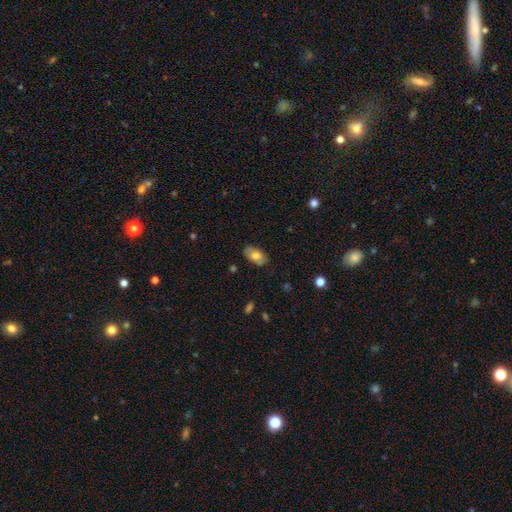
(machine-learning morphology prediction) A smooth galaxy with no disk features (71%) that is in between round and cigar-shaped (93%).

Vote fractions:
- Smooth or featured? smooth: 71% / featured or disk: 22% / star or artifact: 7%
- How rounded? in between: 93% / round: 5% / cigar-shaped: 2%
- Merging? none: 82% / minor disturbance: 14% / major disturbance: 3% / merger: 1%